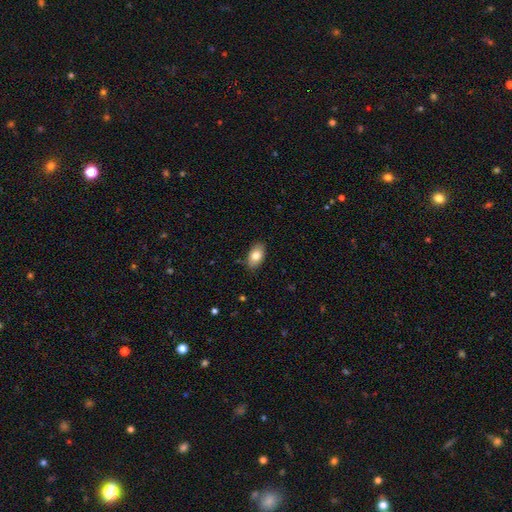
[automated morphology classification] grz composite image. It shows a smooth galaxy with no disk features (81%) that is in between round and cigar-shaped (92%). Merging: none (86%).